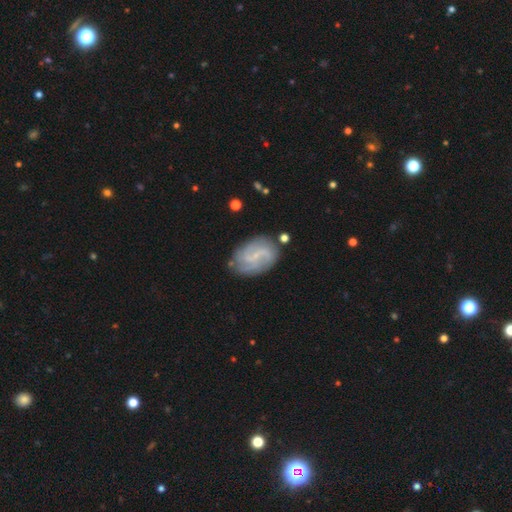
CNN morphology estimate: Smooth or featured? featured or disk (77%)
Edge-on disk? no (98%)
Bar? weak (50%)
Spiral arms? yes (92%)
Spiral winding? medium (41%)
Spiral arm count? 2 (41%)
Bulge size? small (69%)
Merging? none (73%)